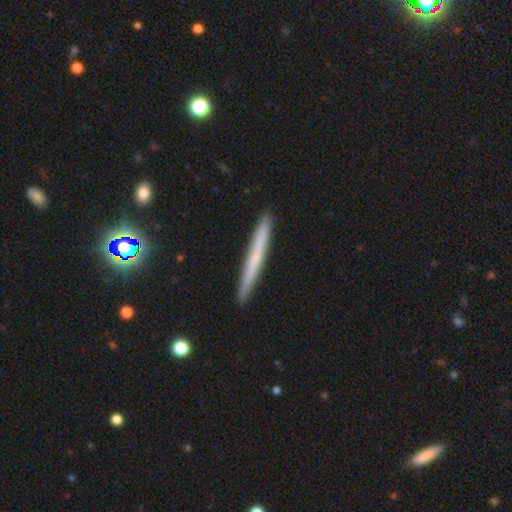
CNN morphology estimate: type=smooth (53%); roundness=cigar-shaped (97%); merging=none (92%).